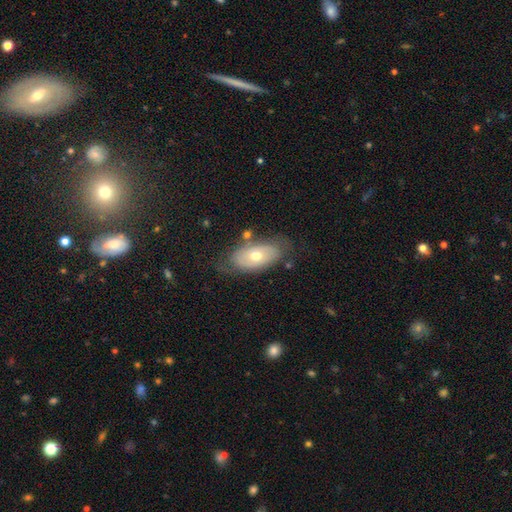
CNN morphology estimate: type=smooth (50%); roundness=in between (90%); merging=none (66%).